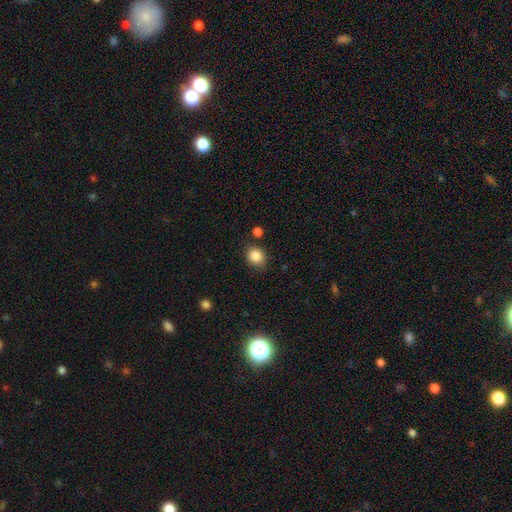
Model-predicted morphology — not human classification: Q: Smooth or featured?
A: smooth (85%); runner-up: star or artifact (10%)
Q: How rounded?
A: round (65%); runner-up: in between (34%)
Q: Merging?
A: none (80%); runner-up: minor disturbance (12%)